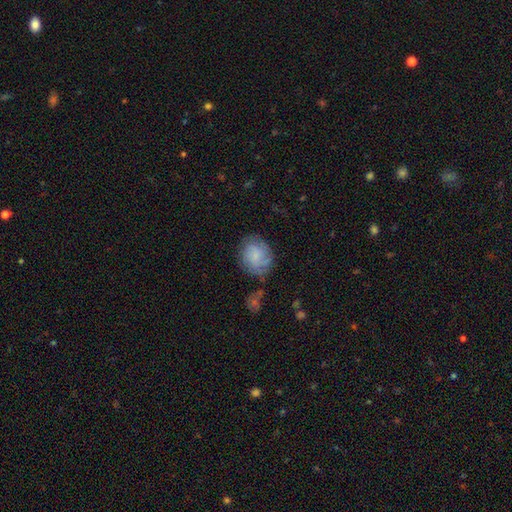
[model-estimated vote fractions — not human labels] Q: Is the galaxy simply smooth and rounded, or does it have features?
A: smooth — 51%.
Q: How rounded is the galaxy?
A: round — 64%.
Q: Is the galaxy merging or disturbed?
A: none — 61%.